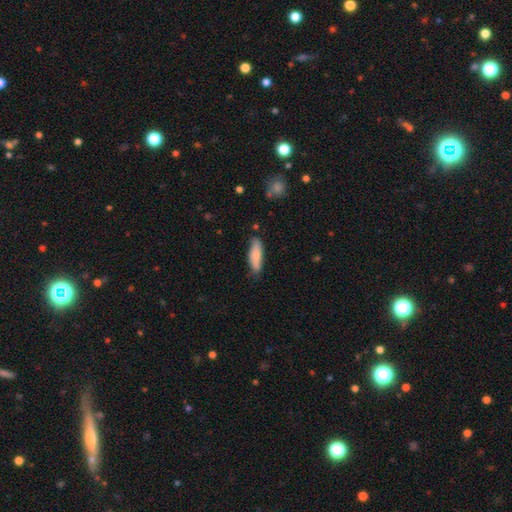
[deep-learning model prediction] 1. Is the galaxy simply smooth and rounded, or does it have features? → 79% smooth, 15% featured or disk, 6% star or artifact.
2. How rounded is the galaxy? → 52% cigar-shaped, 46% in between, 2% round.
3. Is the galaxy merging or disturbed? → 77% none, 18% minor disturbance, 3% major disturbance, 2% merger.